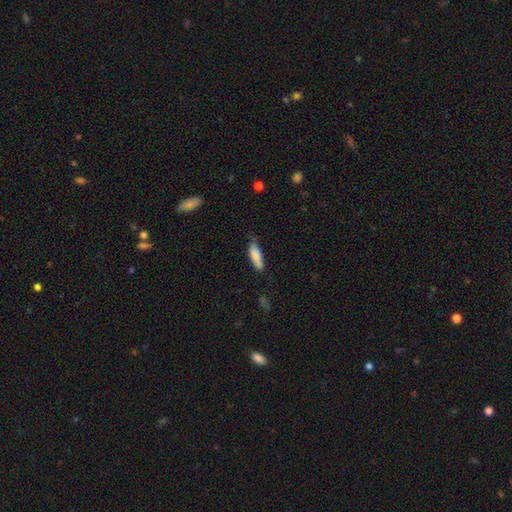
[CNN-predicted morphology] This appears to be a smooth galaxy with no disk features (82%) that is in between round and cigar-shaped (54%). Merging: none (62%).